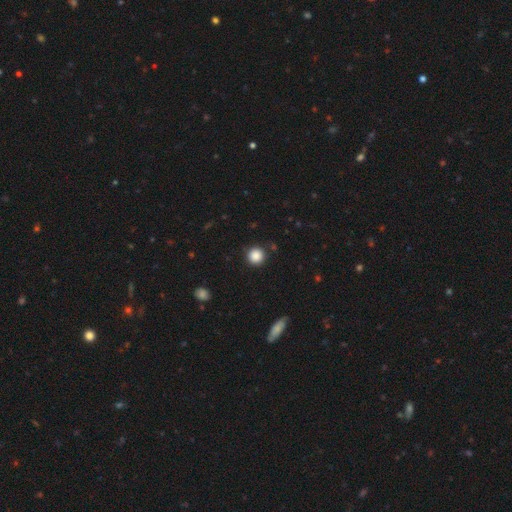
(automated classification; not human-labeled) Q: Smooth or featured?
A: smooth (87%); runner-up: star or artifact (10%)
Q: How rounded?
A: round (95%); runner-up: in between (4%)
Q: Merging?
A: none (90%); runner-up: minor disturbance (6%)